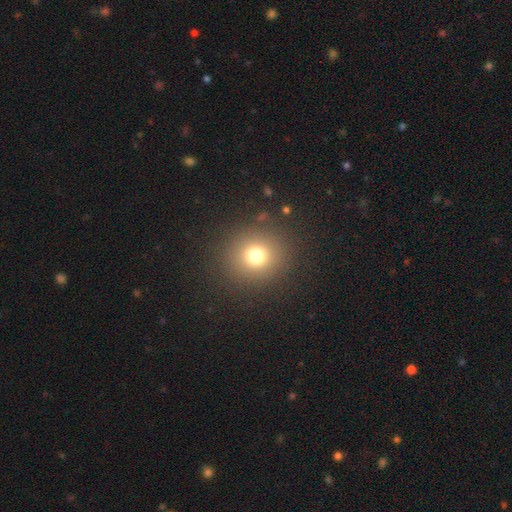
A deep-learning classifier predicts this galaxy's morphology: A smooth galaxy with no disk features (74%) that is round (92%). Merging: none (89%).